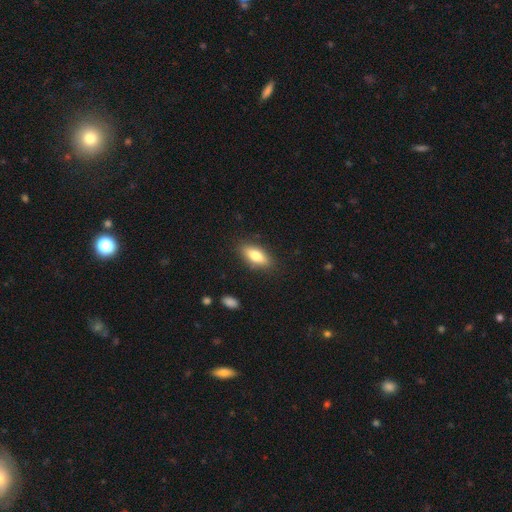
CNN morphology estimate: type=smooth (77%); roundness=in between (80%); merging=none (86%).